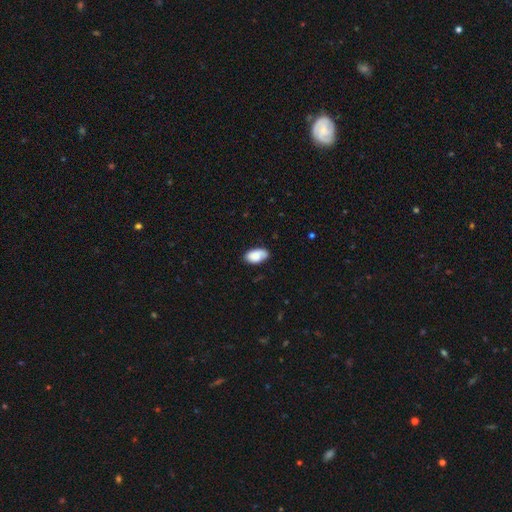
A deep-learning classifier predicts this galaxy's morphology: Smooth or featured: smooth — 84% (featured or disk — 9%)
How rounded: in between — 95% (round — 4%)
Merging: none — 73% (minor disturbance — 21%)